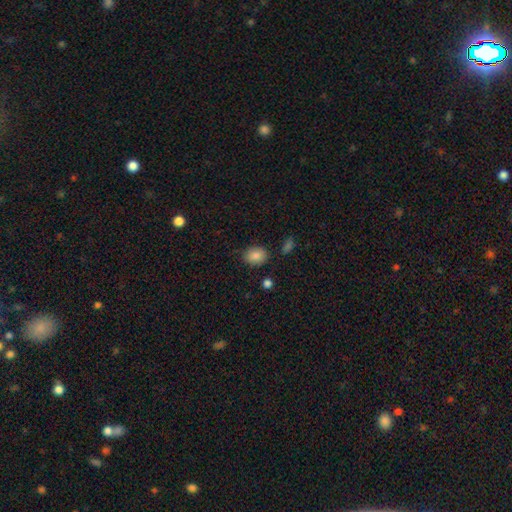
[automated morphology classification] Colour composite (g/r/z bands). It shows a smooth galaxy with no disk features (87%) that is in between round and cigar-shaped (60%). Merging: none (81%).